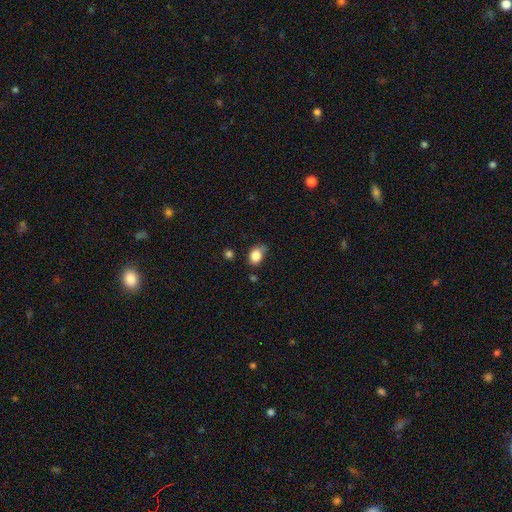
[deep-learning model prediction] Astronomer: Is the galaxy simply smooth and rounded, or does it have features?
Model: smooth — 84%.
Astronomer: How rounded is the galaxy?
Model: in between — 56% (runner-up: round, 43%).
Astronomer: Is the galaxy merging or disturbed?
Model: none — 58%.